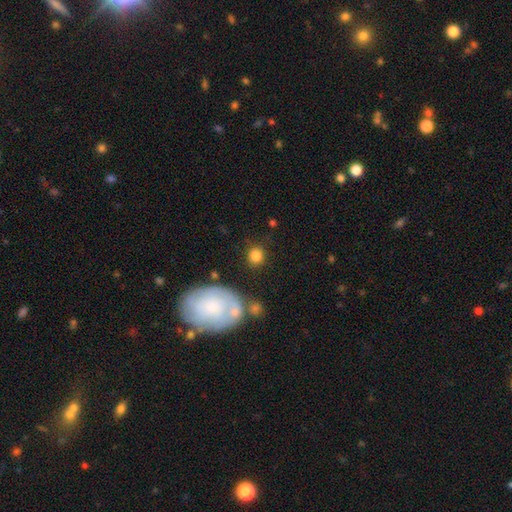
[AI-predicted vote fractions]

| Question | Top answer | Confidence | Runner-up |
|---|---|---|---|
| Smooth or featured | smooth | 81% | featured or disk (10%) |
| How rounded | round | 85% | in between (14%) |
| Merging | none | 80% | minor disturbance (11%) |